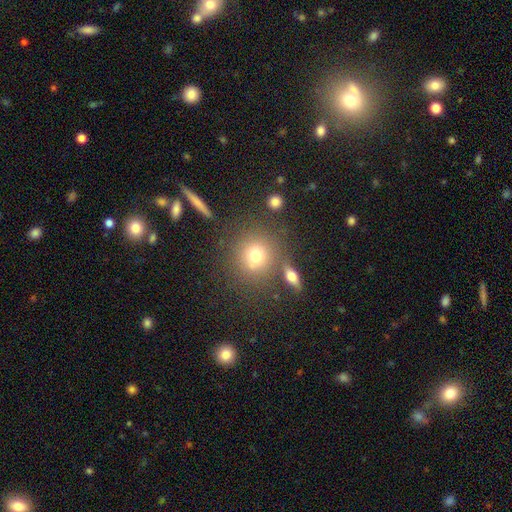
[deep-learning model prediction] smooth 73%, star or artifact 14%, featured or disk 13%. Down the decision tree: how rounded — round (85%); merging — none (74%).